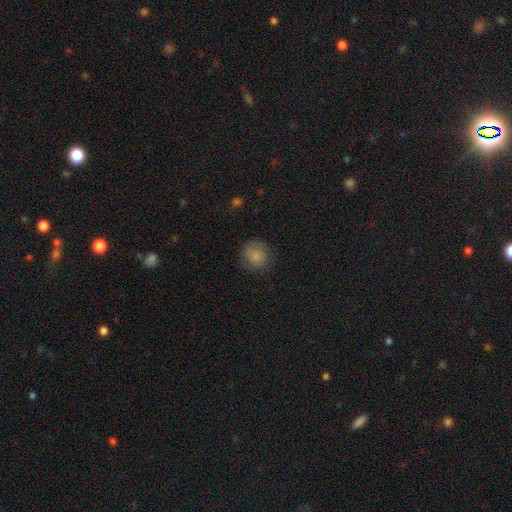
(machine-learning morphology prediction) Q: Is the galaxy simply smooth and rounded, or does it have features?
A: smooth — 82%.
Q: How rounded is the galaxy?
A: round — 89%.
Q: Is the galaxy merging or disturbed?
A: none — 78%.